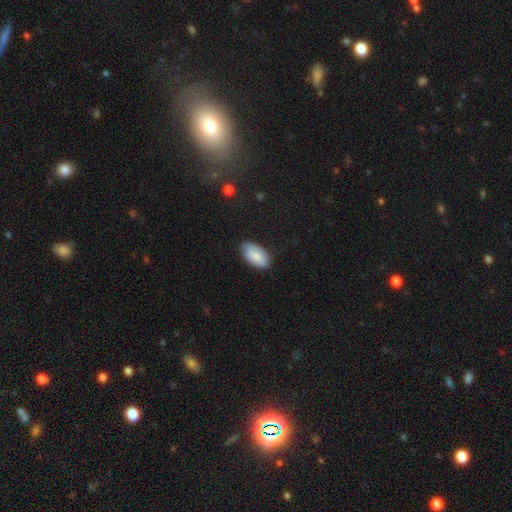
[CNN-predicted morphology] Smooth or featured: smooth — 82% (featured or disk — 12%)
How rounded: in between — 95% (cigar-shaped — 3%)
Merging: none — 80% (minor disturbance — 16%)